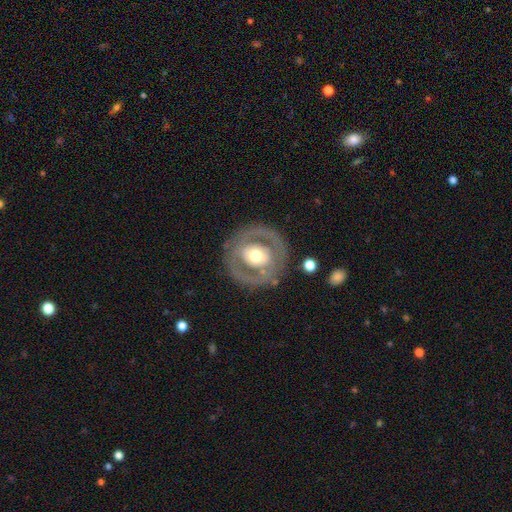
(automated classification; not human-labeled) Smooth or featured? featured or disk (62%)
Edge-on disk? no (96%)
Bar? no (68%)
Spiral arms? no (74%)
Bulge size? moderate (60%)
Merging? none (78%)